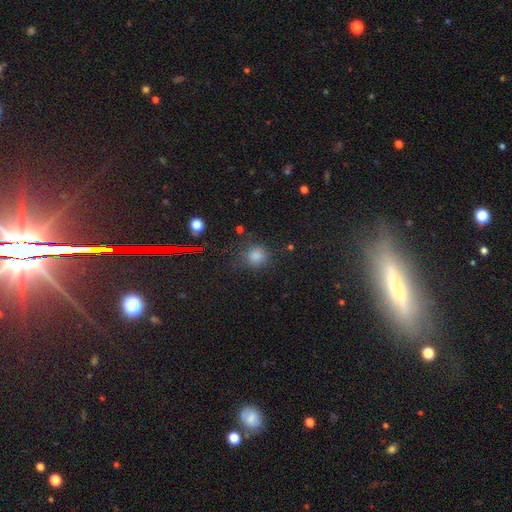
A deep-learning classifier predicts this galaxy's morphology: A smooth galaxy with no disk features (70%) that is round (89%).

Vote fractions:
- Smooth or featured? smooth: 70% / star or artifact: 24% / featured or disk: 6%
- How rounded? round: 89% / in between: 10% / cigar-shaped: 2%
- Merging? none: 78% / minor disturbance: 14% / major disturbance: 5% / merger: 3%